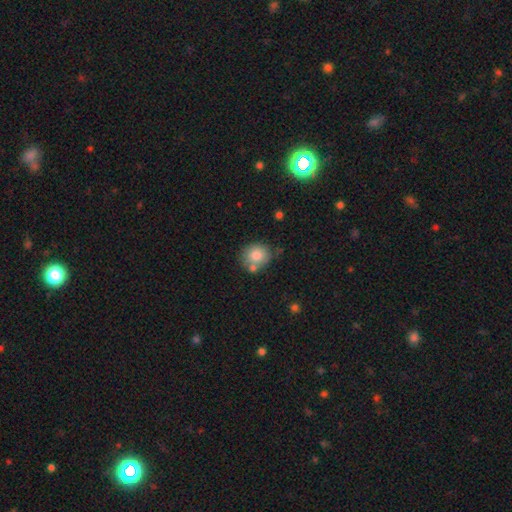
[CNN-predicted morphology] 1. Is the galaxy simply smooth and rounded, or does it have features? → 81% smooth, 10% featured or disk, 8% star or artifact.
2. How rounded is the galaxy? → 73% round, 26% in between, 1% cigar-shaped.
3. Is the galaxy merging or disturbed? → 64% none, 17% minor disturbance, 15% merger, 5% major disturbance.